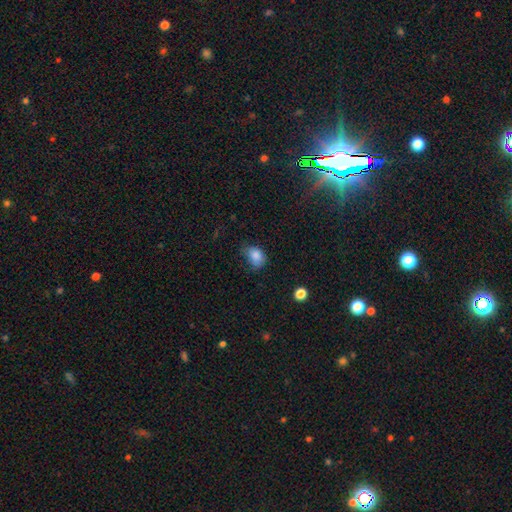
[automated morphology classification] The model was most divided on "merging": none: 49%, minor disturbance: 37%, major disturbance: 12%, merger: 2%. More confident: smooth or featured — smooth (85%); how rounded — in between (71%).